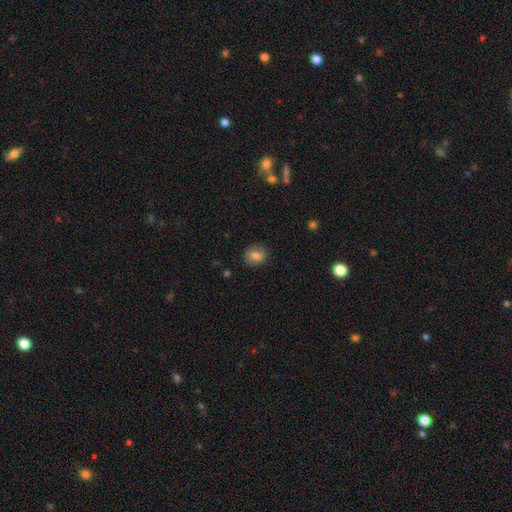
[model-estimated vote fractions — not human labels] Smooth or featured? Predicted: smooth (p=0.80). How rounded? Predicted: round (p=0.70). Merging? Predicted: none (p=0.86).